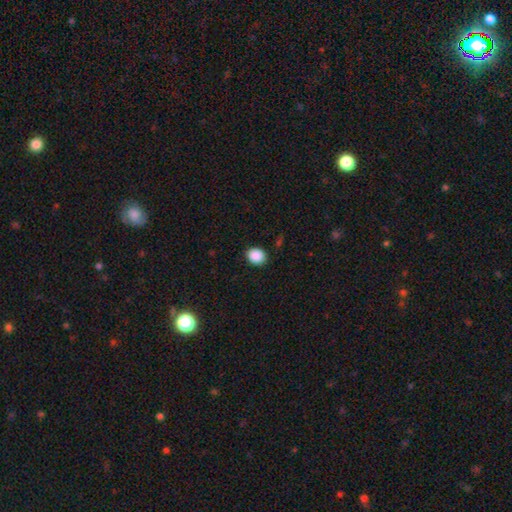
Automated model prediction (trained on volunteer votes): Morphology: type=smooth (89%); roundness=round (65%); merging=none (88%).